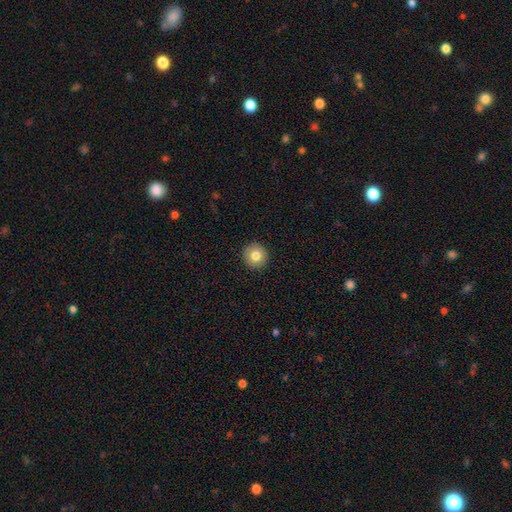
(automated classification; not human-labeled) smooth-or-featured: smooth: 80% | featured or disk: 12% | star or artifact: 9%
  how-rounded: round: 94% | in between: 5% | cigar-shaped: 1%
  merging: none: 92% | minor disturbance: 5% | major disturbance: 2% | merger: 1%